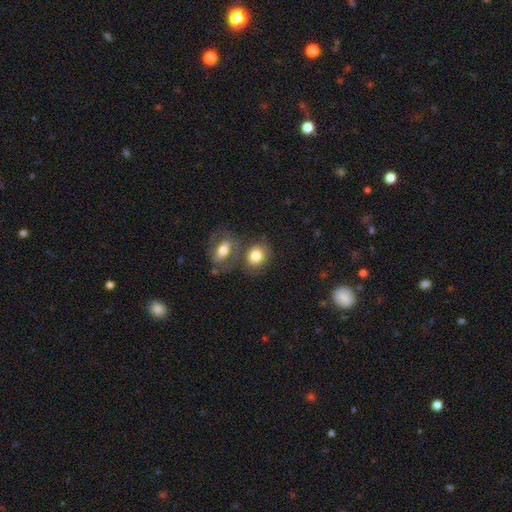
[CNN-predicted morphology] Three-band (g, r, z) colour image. It shows a smooth galaxy with no disk features (79%) that is round (51%). Merging: none (53%).